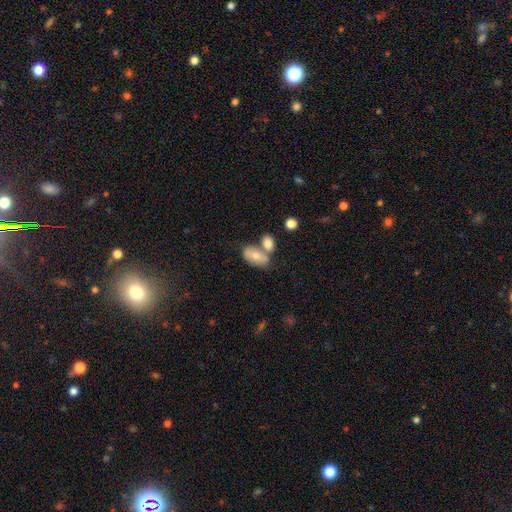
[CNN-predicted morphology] This appears to be a smooth galaxy with no disk features (71%) that is in between round and cigar-shaped (89%). Merging: merger (49%).